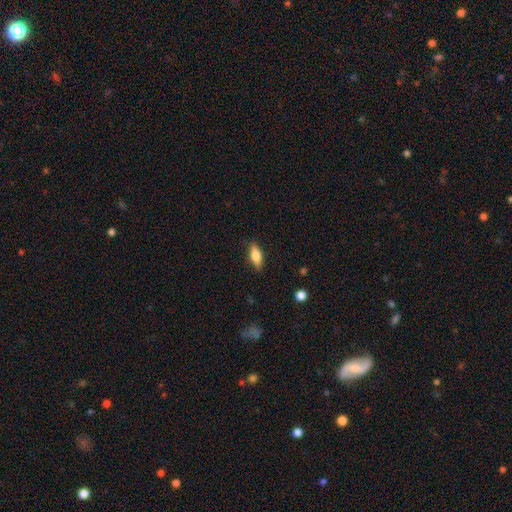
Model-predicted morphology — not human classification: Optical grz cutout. It shows a smooth galaxy with no disk features (68%) that is in between round and cigar-shaped (69%). Merging: none (84%).